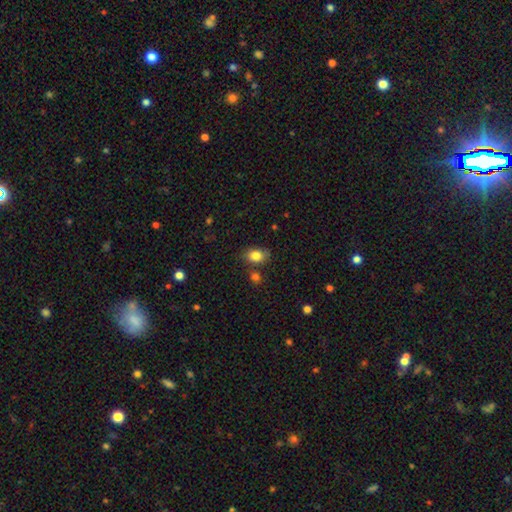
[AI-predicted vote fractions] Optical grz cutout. It shows a smooth galaxy with no disk features (83%) that is in between round and cigar-shaped (71%). Merging: none (74%).